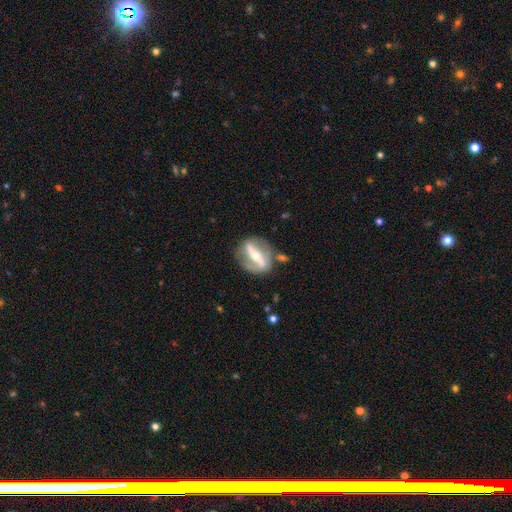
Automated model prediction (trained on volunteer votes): Smooth or featured? featured or disk (78%)
Edge-on disk? no (73%)
Bar? strong (79%)
Spiral arms? yes (52%)
Bulge size? moderate (57%)
Merging? none (74%)